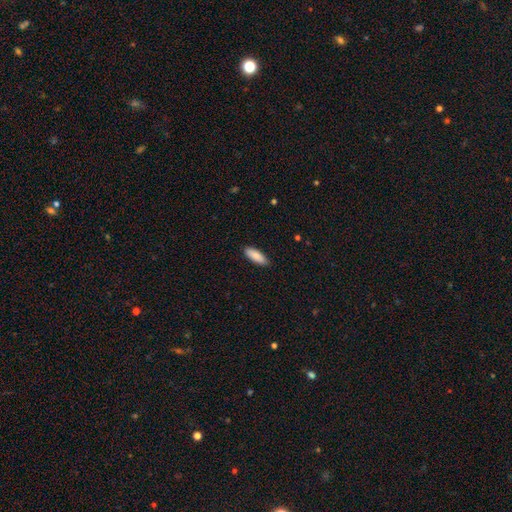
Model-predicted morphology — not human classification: Smooth or featured? Predicted: smooth (p=0.88). How rounded? Predicted: in between (p=0.65). Merging? Predicted: none (p=0.89).